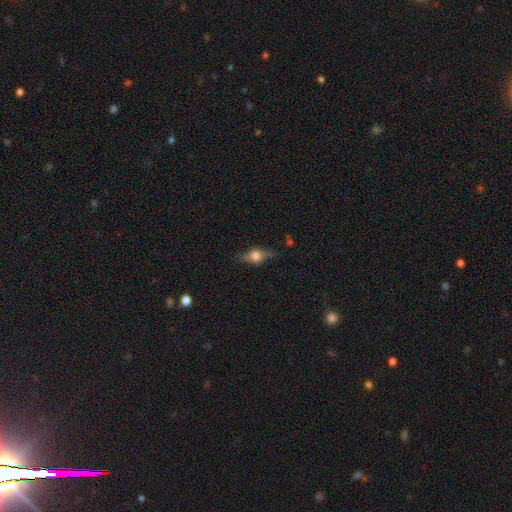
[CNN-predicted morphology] A featured or disk galaxy (62%) viewed edge-on (93%) with a rounded central bulge (94%).

Vote fractions:
- Smooth or featured? featured or disk: 62% / smooth: 28% / star or artifact: 9%
- Edge-on disk? yes: 93% / no: 7%
- Edge-on bulge? rounded: 94% / boxy: 5% / none: 1%
- Merging? none: 79% / minor disturbance: 15% / major disturbance: 4% / merger: 2%